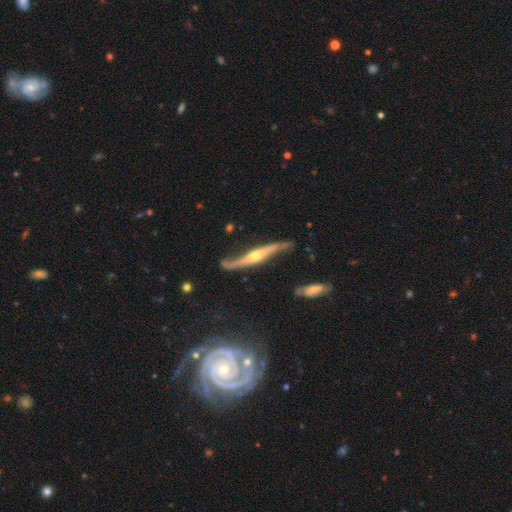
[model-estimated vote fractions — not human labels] Smooth or featured? Predicted: featured or disk (p=0.86). Edge-on disk? Predicted: yes (p=0.69). Edge-on bulge? Predicted: rounded (p=0.89). Merging? Predicted: none (p=0.66).